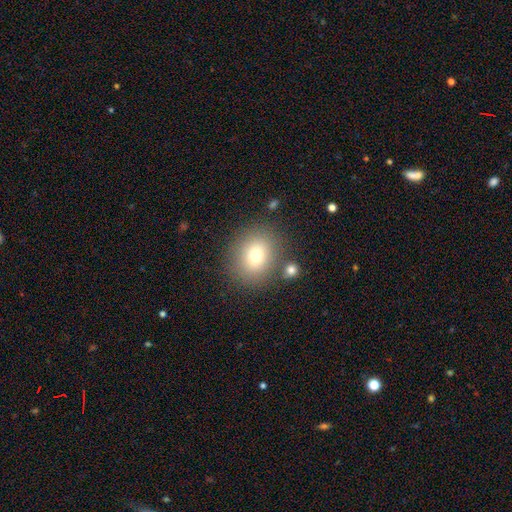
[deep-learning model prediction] A smooth galaxy with no disk features (74%) that is round (66%).

Vote fractions:
- Smooth or featured? smooth: 74% / featured or disk: 13% / star or artifact: 13%
- How rounded? round: 66% / in between: 34% / cigar-shaped: 1%
- Merging? none: 82% / minor disturbance: 10% / merger: 5% / major disturbance: 4%